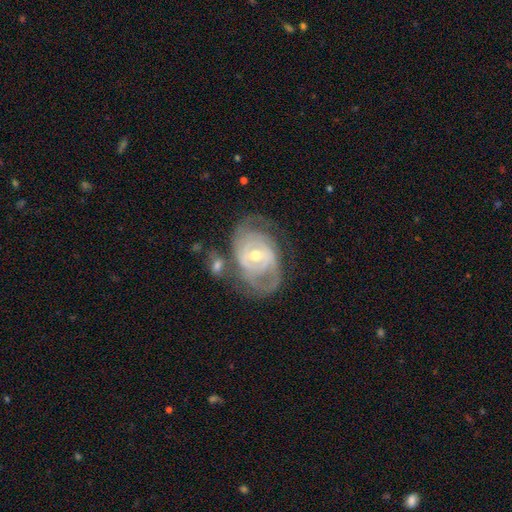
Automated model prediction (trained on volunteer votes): smooth_or_featured: featured or disk (p=0.87) [alt: smooth p=0.08]
disk_edge_on: no (p=0.97) [alt: yes p=0.03]
bar: no (p=0.44) [alt: weak p=0.42]
has_spiral_arms: yes (p=0.93) [alt: no p=0.07]
spiral_winding: tight (p=0.61) [alt: medium p=0.31]
spiral_arm_count: 2 (p=0.42) [alt: can't tell p=0.27]
bulge_size: moderate (p=0.58) [alt: small p=0.38]
merging: none (p=0.54) [alt: minor disturbance p=0.20]